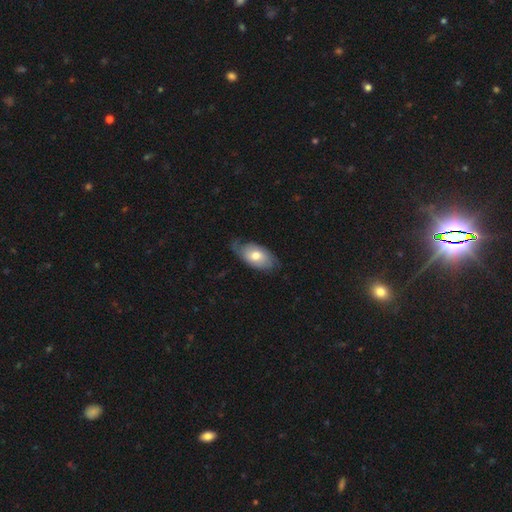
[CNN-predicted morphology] smooth-or-featured: smooth: 61% | featured or disk: 33% | star or artifact: 6%
  how-rounded: in between: 92% | round: 5% | cigar-shaped: 3%
  merging: none: 55% | minor disturbance: 33% | major disturbance: 10% | merger: 1%